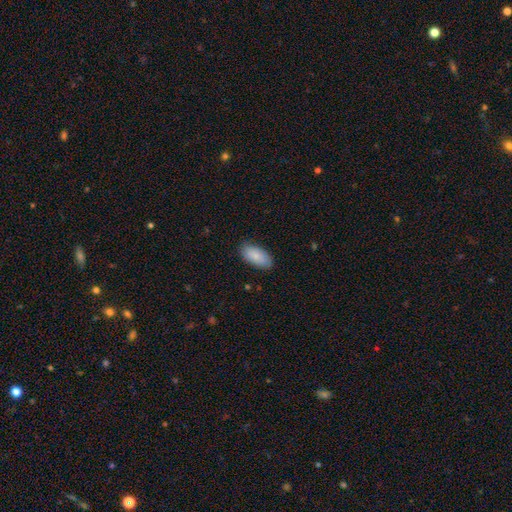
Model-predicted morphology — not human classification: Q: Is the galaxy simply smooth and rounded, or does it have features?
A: smooth — 84%.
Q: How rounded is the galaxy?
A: in between — 93%.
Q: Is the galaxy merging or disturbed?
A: none — 84%.